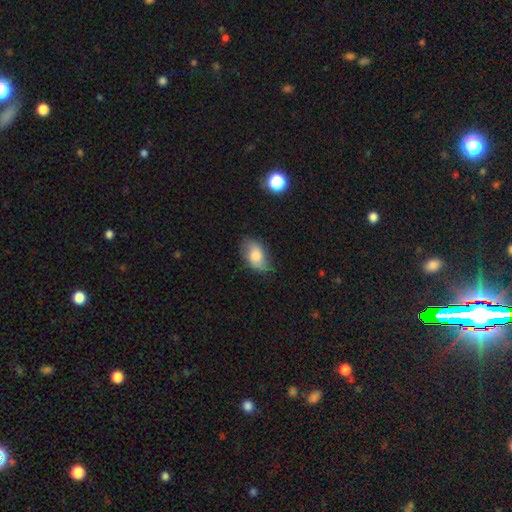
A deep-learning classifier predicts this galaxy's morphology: Smooth or featured: smooth — 67% (featured or disk — 25%)
How rounded: in between — 89% (round — 9%)
Merging: none — 68% (minor disturbance — 24%)